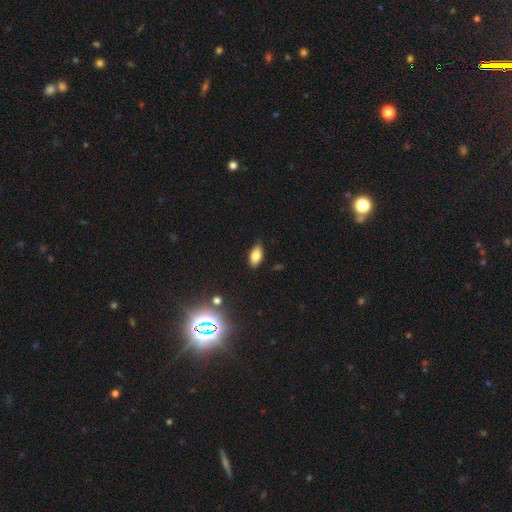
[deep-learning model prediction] This appears to be a smooth galaxy with no disk features (80%) that is in between round and cigar-shaped (92%). Merging: none (85%).